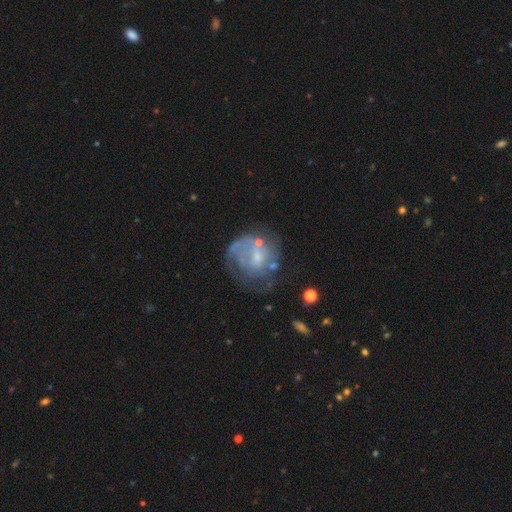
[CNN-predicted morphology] Smooth or featured: featured or disk — 62% (smooth — 28%)
Edge-on disk: no — 98% (yes — 2%)
Bar: no — 65% (weak — 29%)
Spiral arms: no — 53% (yes — 47%)
Bulge size: small — 44% (moderate — 28%)
Merging: none — 45% (major disturbance — 27%)